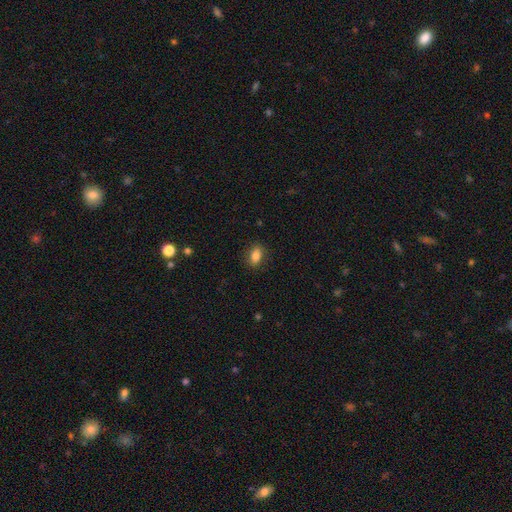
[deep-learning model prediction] Smooth or featured?
  - smooth: 84% *
  - star or artifact: 9%
  - featured or disk: 7%
How rounded?
  - in between: 82% *
  - round: 15%
  - cigar-shaped: 3%
Merging?
  - none: 85% *
  - minor disturbance: 11%
  - major disturbance: 3%
  - merger: 1%